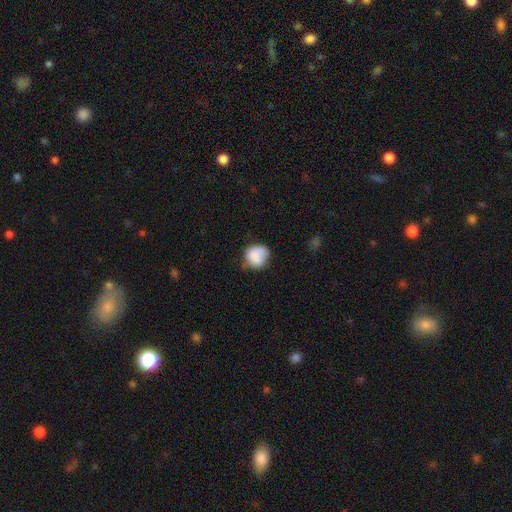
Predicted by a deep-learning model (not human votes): This appears to be a smooth galaxy with no disk features (82%) that is round (76%). Merging: none (53%).